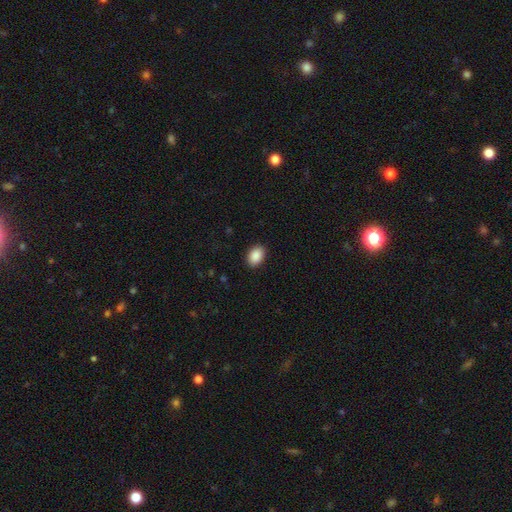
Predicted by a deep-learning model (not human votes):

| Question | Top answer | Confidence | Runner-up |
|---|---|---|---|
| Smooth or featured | smooth | 90% | star or artifact (7%) |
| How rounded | in between | 84% | round (15%) |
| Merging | none | 90% | minor disturbance (7%) |